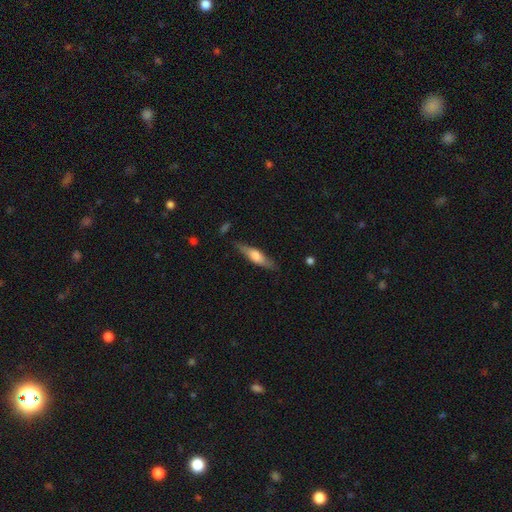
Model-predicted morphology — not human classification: Smooth or featured? Predicted: smooth (p=0.48). Merging? Predicted: none (p=0.79).